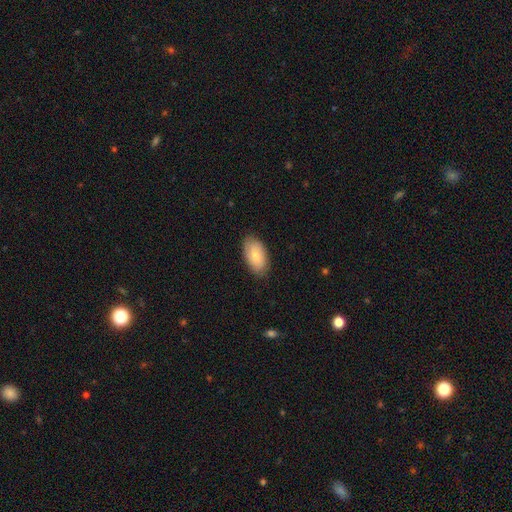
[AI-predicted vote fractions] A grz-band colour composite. It shows a smooth galaxy with no disk features (80%) that is in between round and cigar-shaped (95%). Merging: none (84%).